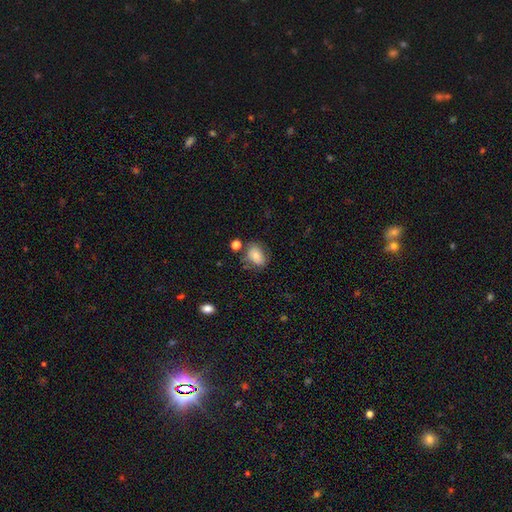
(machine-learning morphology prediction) smooth_or_featured: smooth (p=0.70) [alt: featured or disk p=0.21]
how_rounded: in between (p=0.75) [alt: round p=0.23]
merging: none (p=0.61) [alt: minor disturbance p=0.22]